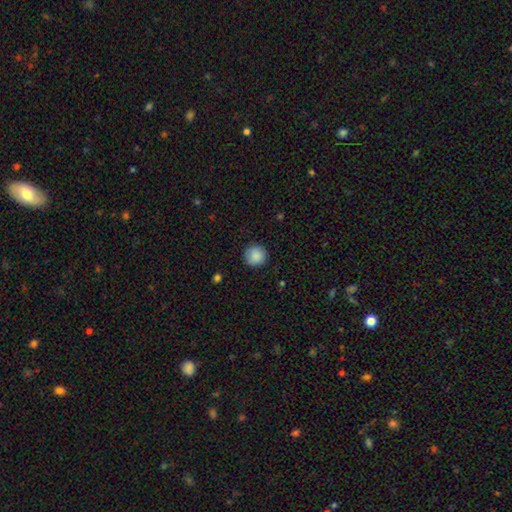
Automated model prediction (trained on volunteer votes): Smooth or featured? Predicted: smooth (p=0.88). How rounded? Predicted: round (p=0.94). Merging? Predicted: none (p=0.89).